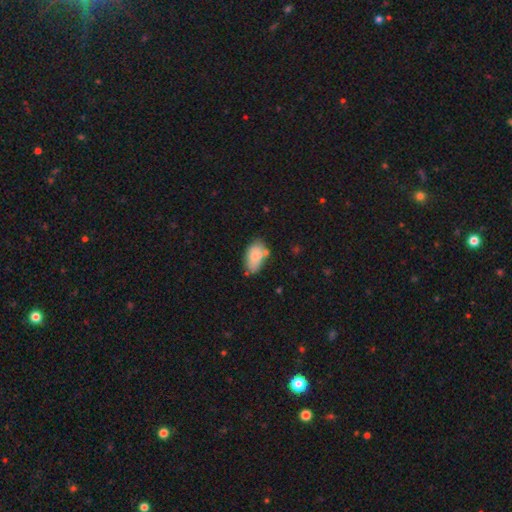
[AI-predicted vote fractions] Smooth or featured?
  - smooth: 76% *
  - featured or disk: 17%
  - star or artifact: 8%
How rounded?
  - in between: 92% *
  - round: 6%
  - cigar-shaped: 2%
Merging?
  - none: 52% *
  - minor disturbance: 25%
  - merger: 16%
  - major disturbance: 7%